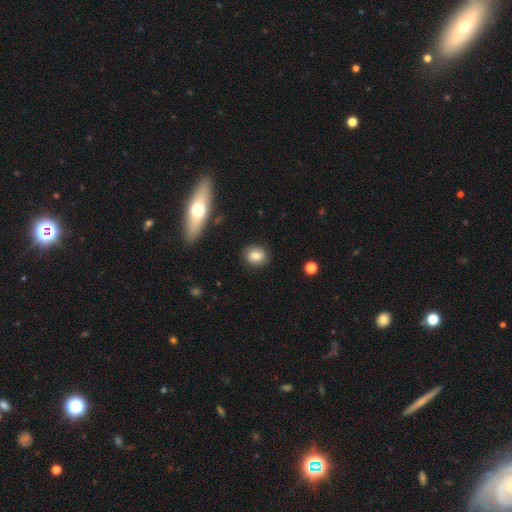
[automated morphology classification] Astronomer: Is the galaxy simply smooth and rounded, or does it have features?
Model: smooth — 78%.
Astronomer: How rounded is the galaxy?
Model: round — 66%.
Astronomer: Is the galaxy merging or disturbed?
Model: none — 86%.